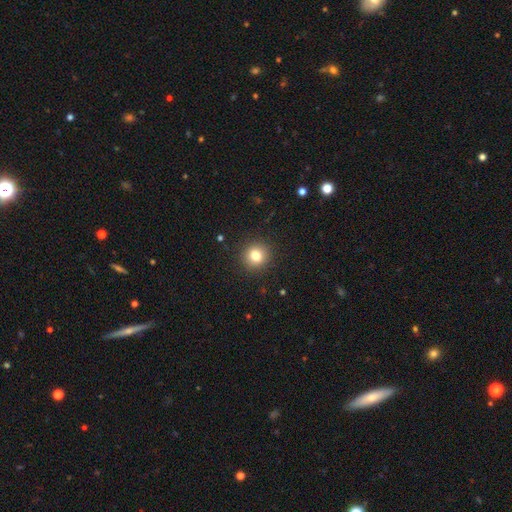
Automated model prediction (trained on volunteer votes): Smooth or featured: smooth — 81% (star or artifact — 12%)
How rounded: round — 91% (in between — 8%)
Merging: none — 91% (minor disturbance — 6%)